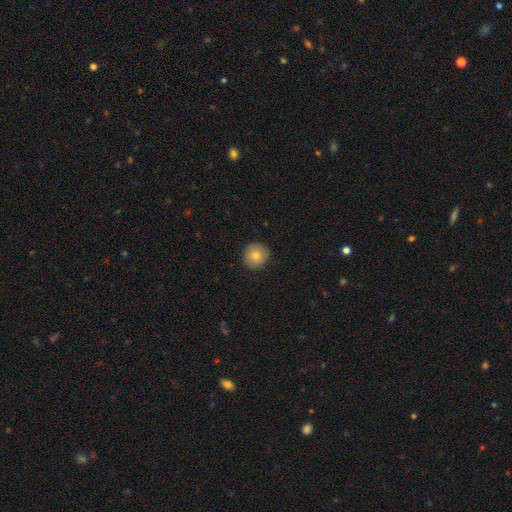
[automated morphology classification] A smooth galaxy with no disk features (79%) that is round (94%). Merging: none (90%).